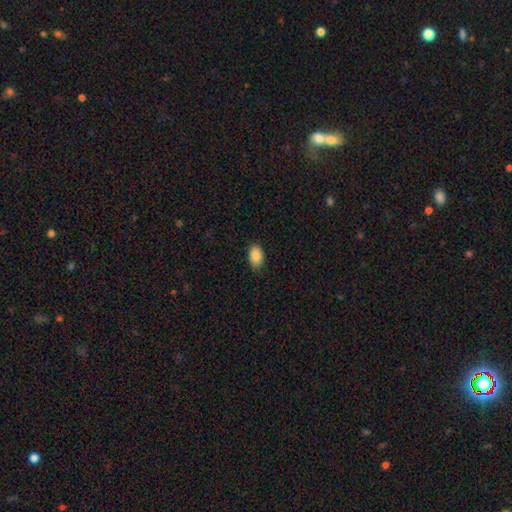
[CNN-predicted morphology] smooth_or_featured: smooth (p=0.90) [alt: star or artifact p=0.07]
how_rounded: in between (p=0.92) [alt: round p=0.06]
merging: none (p=0.84) [alt: minor disturbance p=0.13]